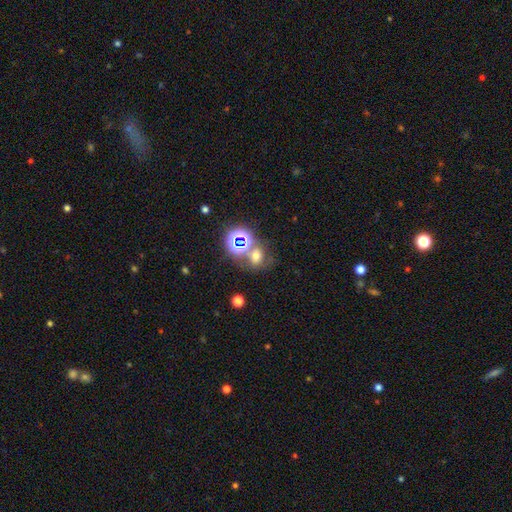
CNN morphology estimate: Smooth or featured? smooth (51%)
How rounded? round (54%)
Merging? none (50%)